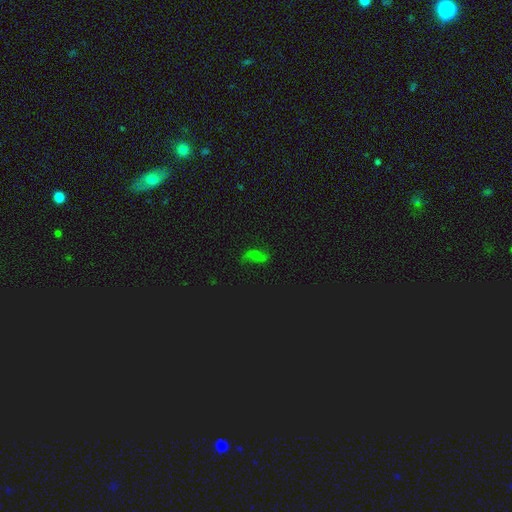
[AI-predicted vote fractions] Smooth or featured: featured or disk — 42% (smooth — 32%)
Merging: none — 65% (minor disturbance — 20%)